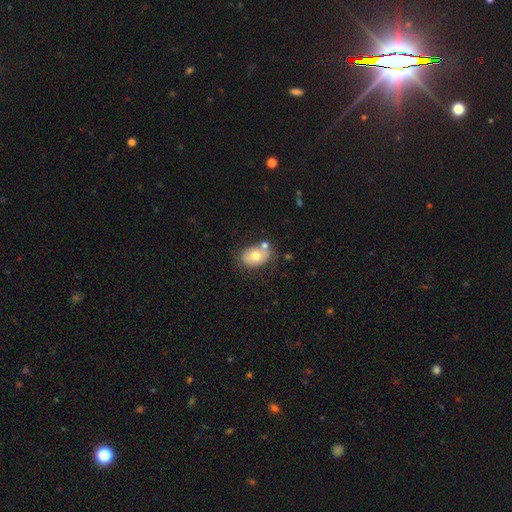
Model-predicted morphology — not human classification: This is likely a smooth galaxy (70%). How rounded: likely in between (79%). Merging: likely none (61%).